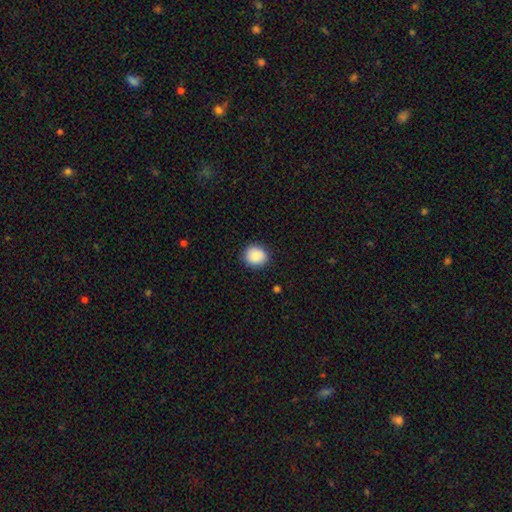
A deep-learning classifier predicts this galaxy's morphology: This is clearly a smooth galaxy (89%). How rounded: clearly round (83%). Merging: clearly none (90%).